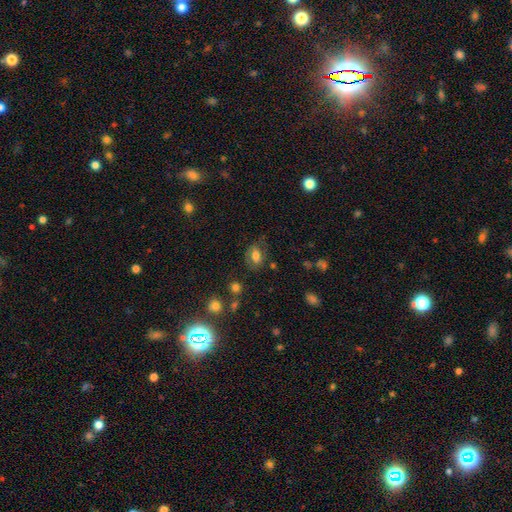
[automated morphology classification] Overall: smooth (65%). How rounded: in between (76%). Merging: none (66%).